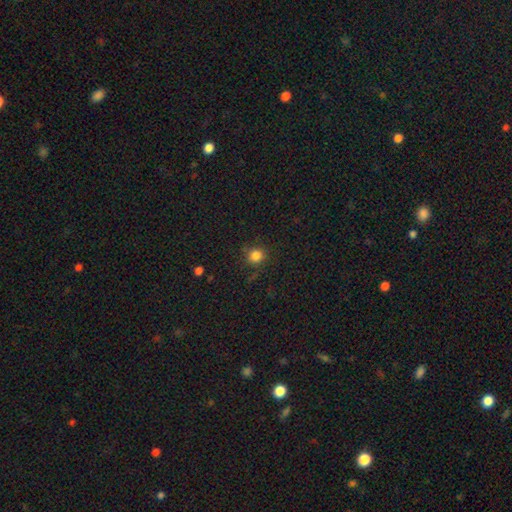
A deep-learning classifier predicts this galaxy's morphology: A smooth galaxy with no disk features (82%) that is round (87%). Merging: none (83%).